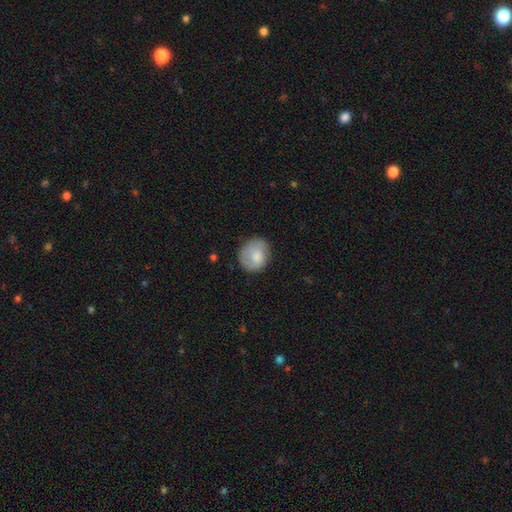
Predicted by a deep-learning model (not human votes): This is likely a smooth galaxy (73%). How rounded: likely round (74%). Merging: likely none (70%).